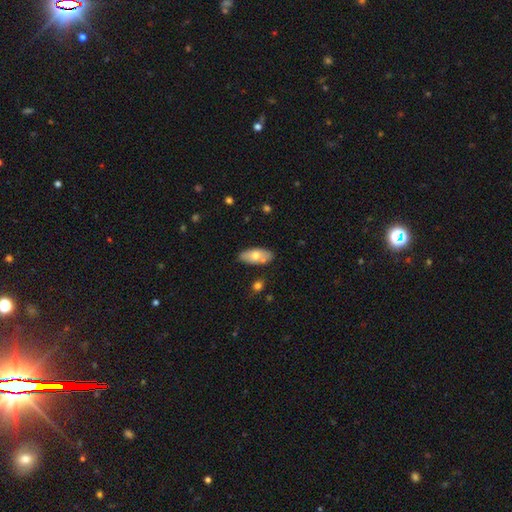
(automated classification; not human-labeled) Smooth or featured?
  - smooth: 65% *
  - featured or disk: 29%
  - star or artifact: 6%
How rounded?
  - in between: 89% *
  - cigar-shaped: 8%
  - round: 3%
Merging?
  - none: 79% *
  - minor disturbance: 13%
  - merger: 5%
  - major disturbance: 3%